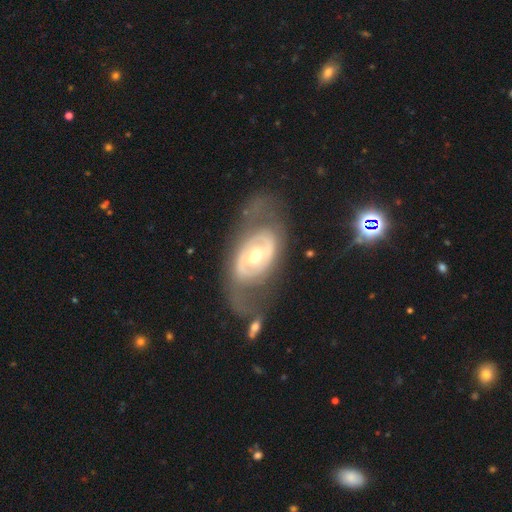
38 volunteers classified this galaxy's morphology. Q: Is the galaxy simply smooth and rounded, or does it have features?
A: featured or disk — 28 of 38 (74%).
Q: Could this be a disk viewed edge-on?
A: no — 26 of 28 (93%).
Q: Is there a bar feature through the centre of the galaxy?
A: weak — 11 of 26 (42%).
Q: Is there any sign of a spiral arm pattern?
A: yes — 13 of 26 (50%, tied with no).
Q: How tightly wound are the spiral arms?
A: tight — 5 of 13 (38%).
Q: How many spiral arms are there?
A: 2 — 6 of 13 (46%, tied with can't tell).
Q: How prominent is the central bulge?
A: moderate — 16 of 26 (62%).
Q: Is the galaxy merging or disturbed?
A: none — 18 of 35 (51%).